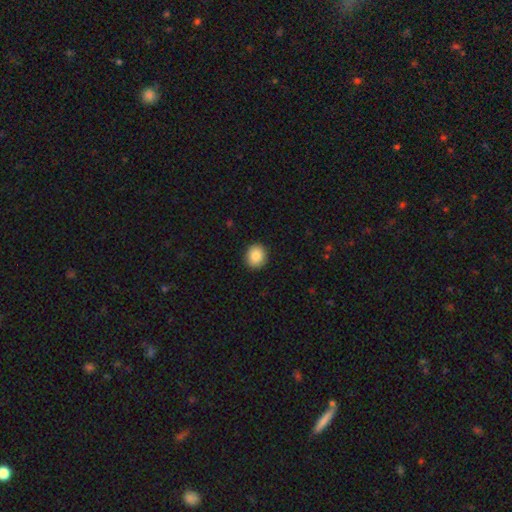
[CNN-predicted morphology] type=smooth (87%); roundness=round (77%); merging=none (91%).